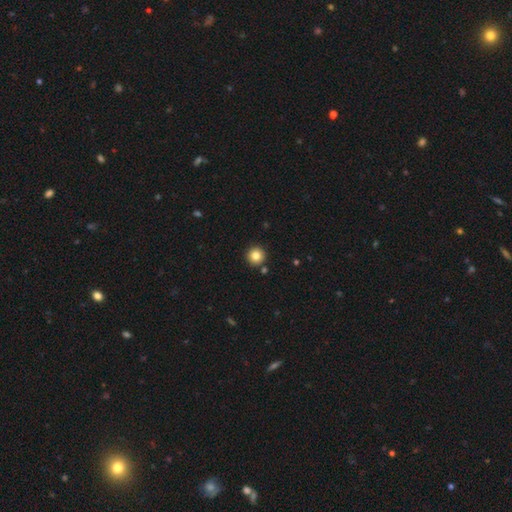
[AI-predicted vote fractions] This appears to be a smooth galaxy with no disk features (83%) that is round (96%). Merging: none (90%).